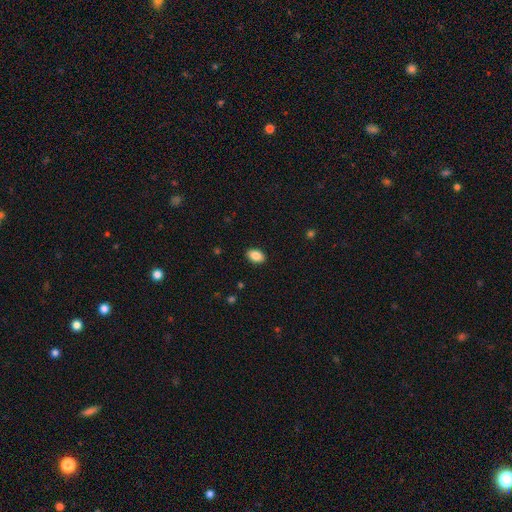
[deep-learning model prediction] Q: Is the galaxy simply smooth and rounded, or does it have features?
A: smooth — 87%.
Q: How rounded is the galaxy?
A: in between — 89%.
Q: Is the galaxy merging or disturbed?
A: none — 90%.